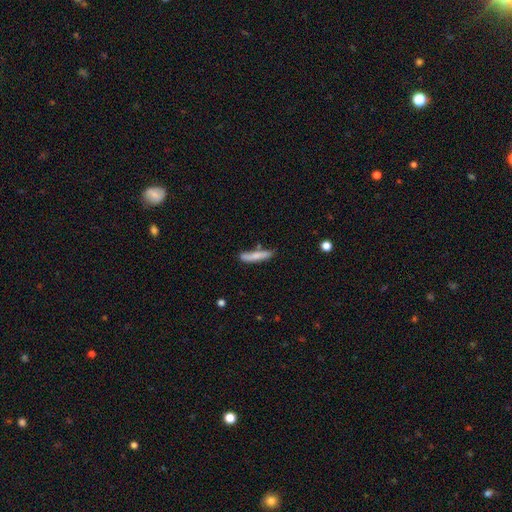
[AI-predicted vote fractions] smooth-or-featured: smooth: 73% | featured or disk: 21% | star or artifact: 6%
  how-rounded: cigar-shaped: 87% | in between: 11% | round: 2%
  merging: none: 67% | minor disturbance: 21% | merger: 8% | major disturbance: 5%